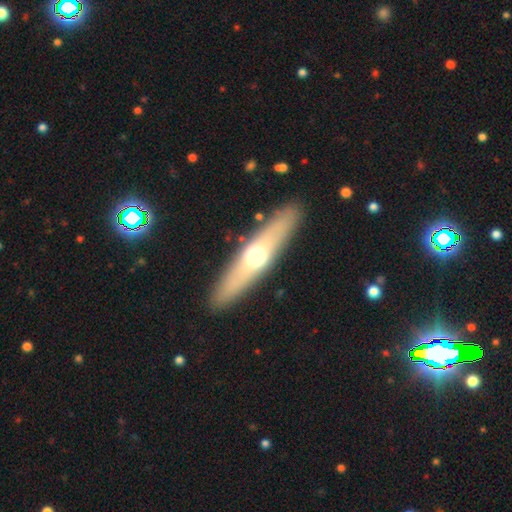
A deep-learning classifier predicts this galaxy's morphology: Overall: smooth (49%; featured or disk 44%). Merging: none (89%).